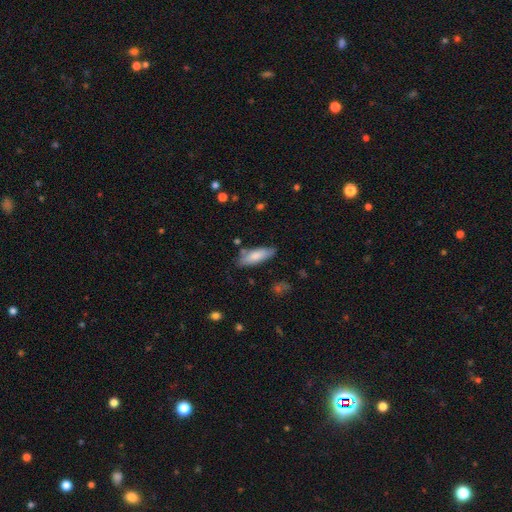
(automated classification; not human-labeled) This appears to be a smooth galaxy with no disk features (79%) that is in between round and cigar-shaped (60%). Merging: none (75%).